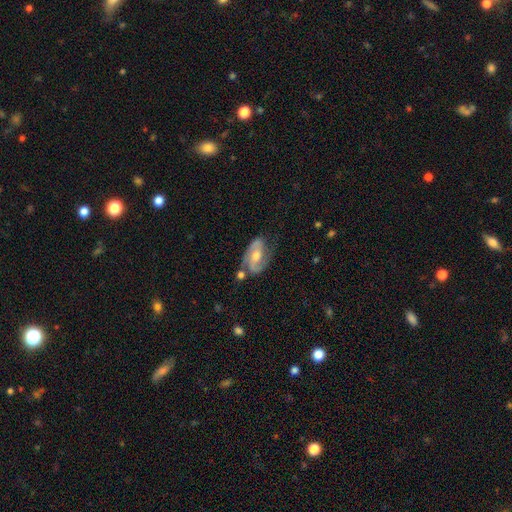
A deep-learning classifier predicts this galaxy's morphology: Smooth or featured? featured or disk (79%)
Edge-on disk? no (95%)
Bar? no (41%)
Spiral arms? yes (91%)
Spiral winding? medium (47%)
Spiral arm count? 2 (84%)
Bulge size? moderate (69%)
Merging? none (62%)